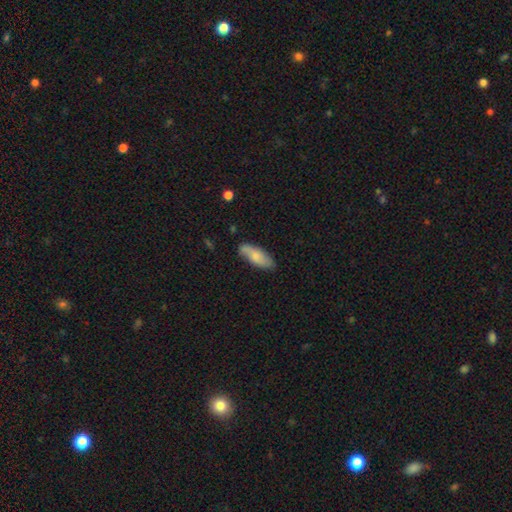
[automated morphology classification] This is likely a smooth galaxy (72%). How rounded: likely in between (72%). Merging: likely none (73%).